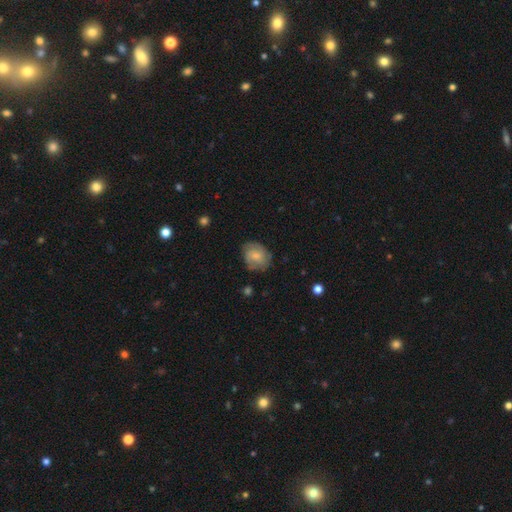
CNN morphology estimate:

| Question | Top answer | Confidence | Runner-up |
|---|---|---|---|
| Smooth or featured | smooth | 66% | featured or disk (27%) |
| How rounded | round | 51% | in between (48%) |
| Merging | none | 69% | minor disturbance (24%) |